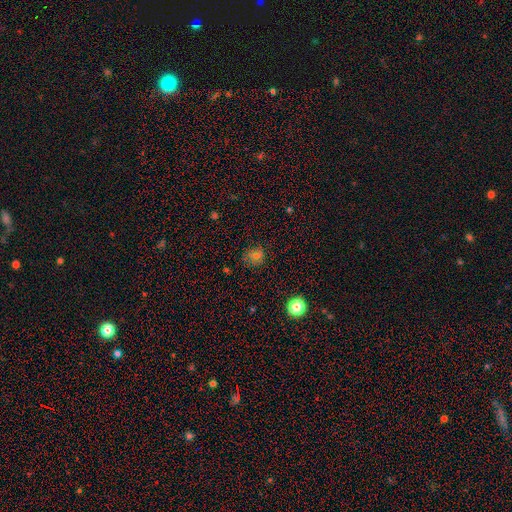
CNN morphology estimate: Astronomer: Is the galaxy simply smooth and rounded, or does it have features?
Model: smooth — 71%.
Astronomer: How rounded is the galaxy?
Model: round — 80%.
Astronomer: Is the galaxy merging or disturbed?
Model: none — 77%.